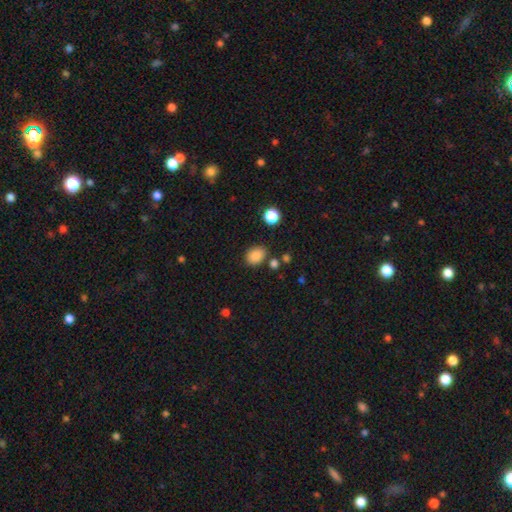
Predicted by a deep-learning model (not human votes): Smooth or featured? smooth (85%)
How rounded? in between (67%)
Merging? none (79%)